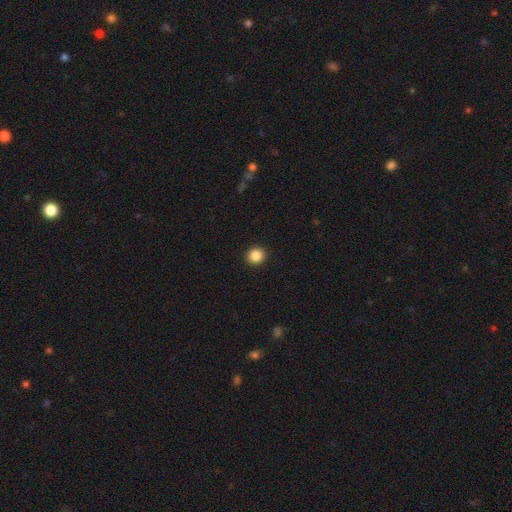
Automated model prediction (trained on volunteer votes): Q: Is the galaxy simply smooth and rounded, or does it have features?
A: smooth — 87%.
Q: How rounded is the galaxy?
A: round — 82%.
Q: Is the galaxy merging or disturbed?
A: none — 93%.